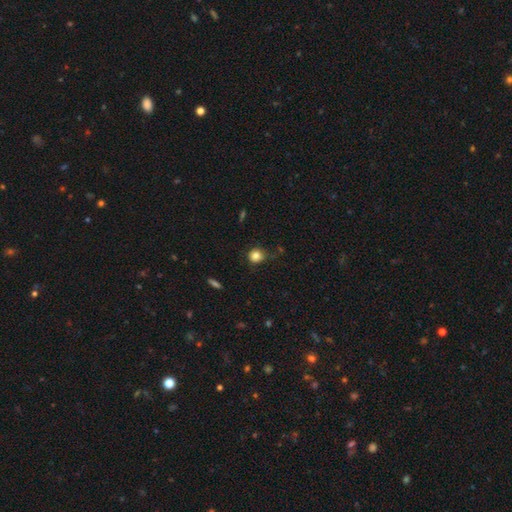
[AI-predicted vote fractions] A smooth galaxy with no disk features (83%) that is round (87%). Merging: none (74%).